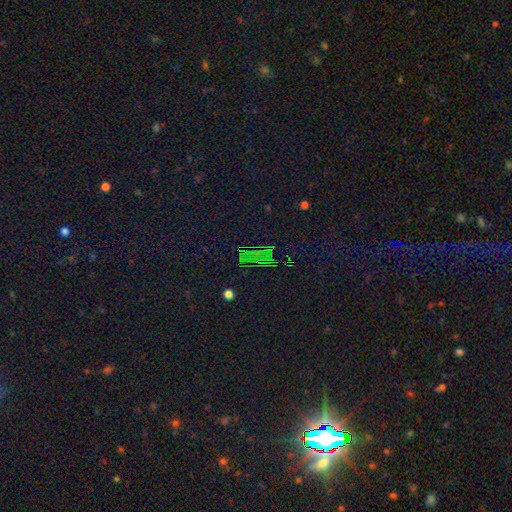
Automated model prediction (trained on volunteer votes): Smooth or featured? star or artifact (71%)